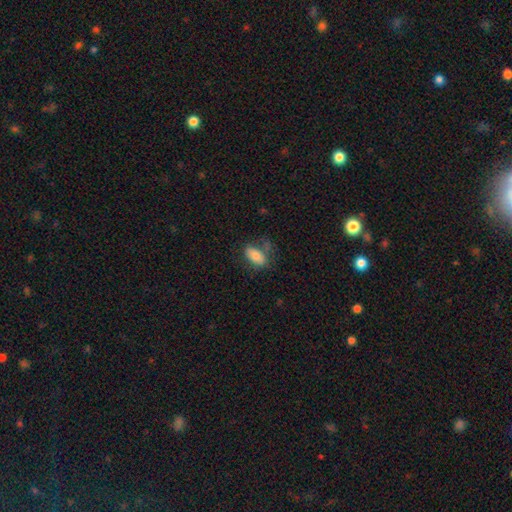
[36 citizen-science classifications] A smooth galaxy with no disk features (83%) that is in between round and cigar-shaped (87%).

Vote fractions:
- Smooth or featured? smooth: 83% / featured or disk: 11% / star or artifact: 6%
- How rounded? in between: 87% / cigar-shaped: 10% / round: 3%
- Merging? none: 56% / minor disturbance: 29% / major disturbance: 15% / merger: 0%